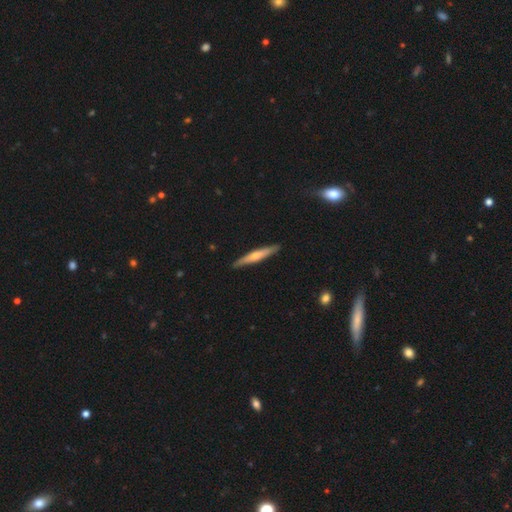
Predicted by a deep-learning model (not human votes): This is possibly a featured or disk galaxy (50%). It is clearly viewed edge-on (96%). Merging: clearly none (90%).